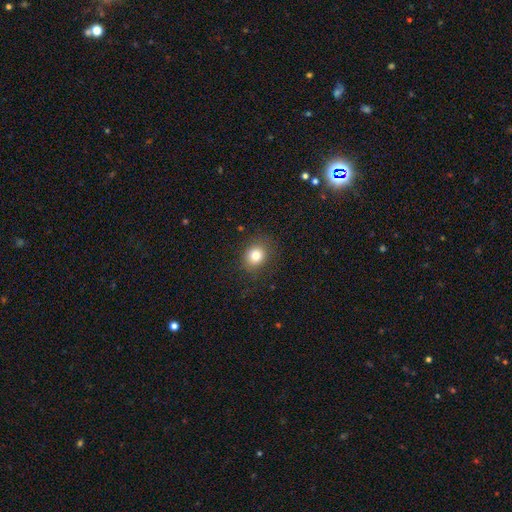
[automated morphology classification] This is clearly a smooth galaxy (81%). How rounded: likely round (65%). Merging: clearly none (82%).